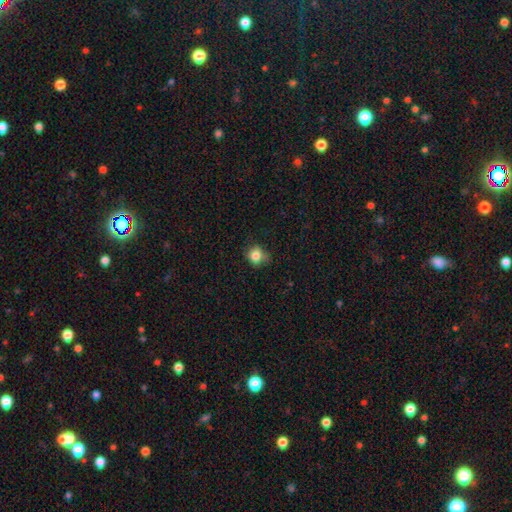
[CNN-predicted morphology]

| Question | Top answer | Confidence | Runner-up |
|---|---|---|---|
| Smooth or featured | smooth | 82% | star or artifact (10%) |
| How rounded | round | 71% | in between (28%) |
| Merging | none | 61% | minor disturbance (29%) |